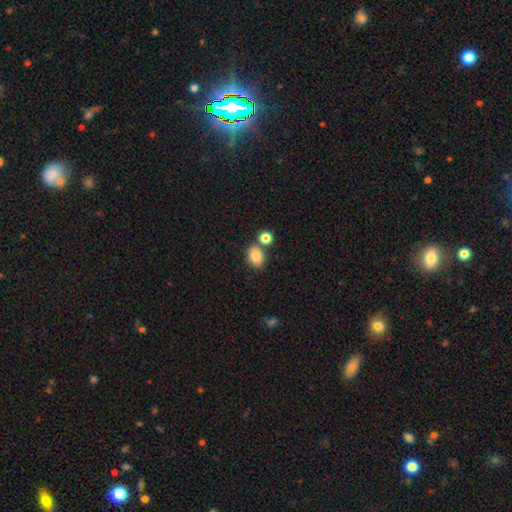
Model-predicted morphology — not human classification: smooth_or_featured: smooth (p=0.83) [alt: star or artifact p=0.10]
how_rounded: in between (p=0.65) [alt: round p=0.34]
merging: none (p=0.68) [alt: merger p=0.18]